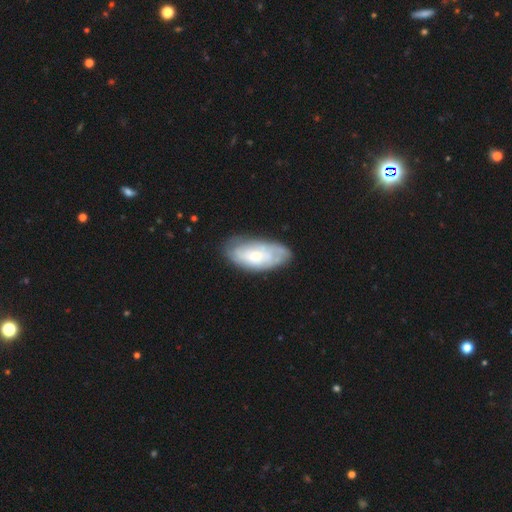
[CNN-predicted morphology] A featured or disk galaxy (53%).

Vote fractions:
- Smooth or featured? featured or disk: 53% / smooth: 41% / star or artifact: 6%
- Edge-on disk? no: 89% / yes: 11%
- Merging? none: 73% / minor disturbance: 20% / major disturbance: 5% / merger: 2%